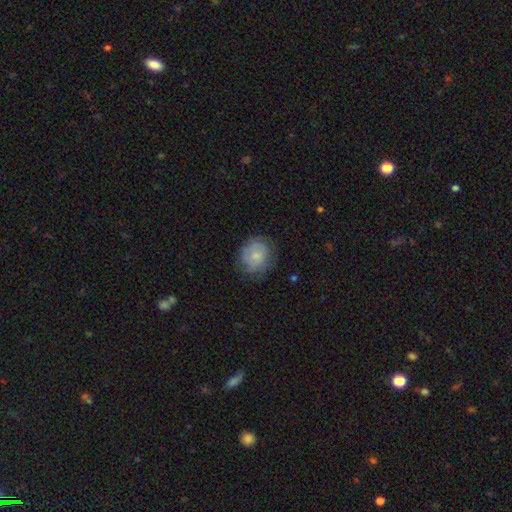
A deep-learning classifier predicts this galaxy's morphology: smooth-or-featured: smooth: 75% | featured or disk: 17% | star or artifact: 7%
  how-rounded: round: 78% | in between: 21% | cigar-shaped: 1%
  merging: none: 74% | minor disturbance: 19% | major disturbance: 6% | merger: 1%